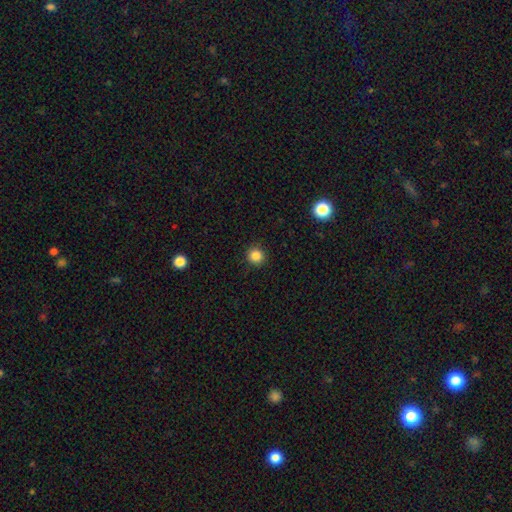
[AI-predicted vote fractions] smooth 85%, star or artifact 11%, featured or disk 4%. Down the decision tree: how rounded — round (94%); merging — none (91%).